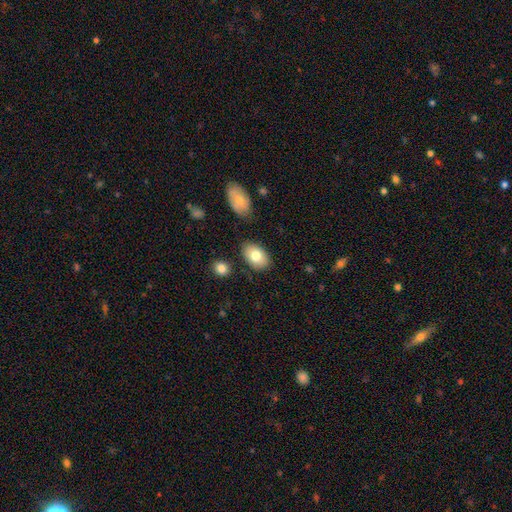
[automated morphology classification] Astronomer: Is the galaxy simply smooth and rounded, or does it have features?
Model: smooth — 78%.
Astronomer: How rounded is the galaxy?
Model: in between — 90%.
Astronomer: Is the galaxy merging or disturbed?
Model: none — 81%.